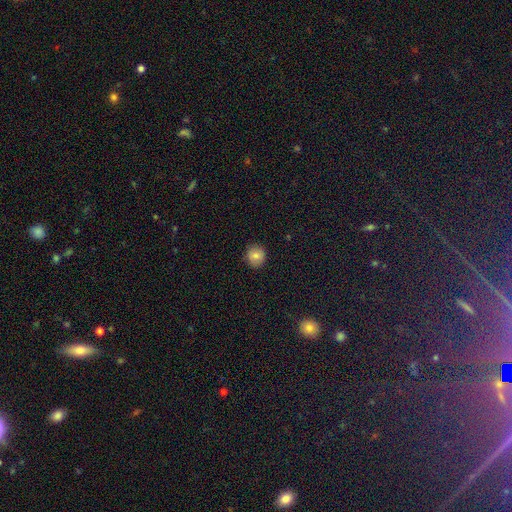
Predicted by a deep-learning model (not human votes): The model was most divided on "smooth or featured": smooth: 81%, star or artifact: 10%, featured or disk: 9%. More confident: merging — none (89%); how rounded — round (88%).